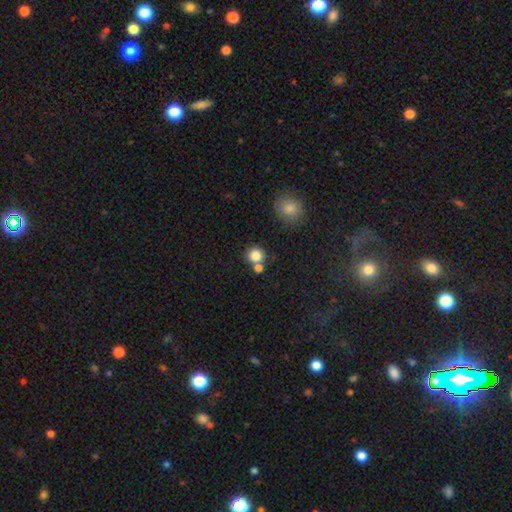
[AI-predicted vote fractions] The model was most divided on "merging": none: 63%, merger: 26%, minor disturbance: 8%, major disturbance: 3%. More confident: how rounded — round (88%); smooth or featured — smooth (82%).